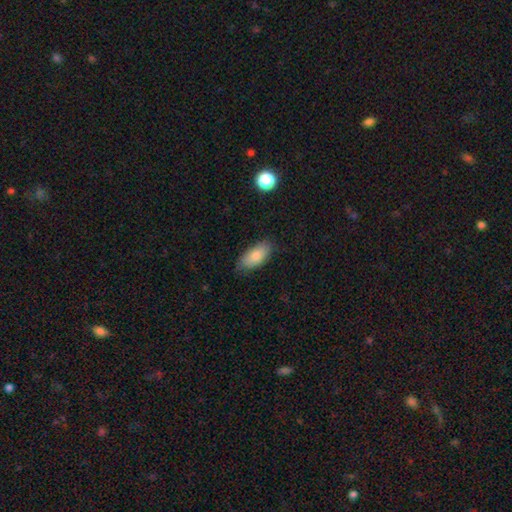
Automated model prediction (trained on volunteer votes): Overall: smooth (82%). How rounded: in between (90%). Merging: none (79%).